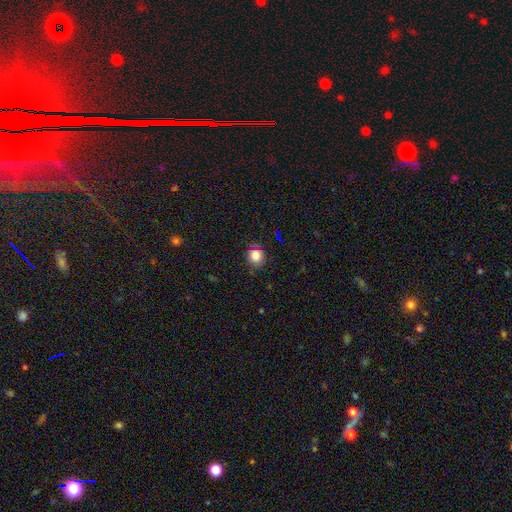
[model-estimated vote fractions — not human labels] A smooth galaxy with no disk features (81%) that is round (82%). Merging: none (83%).